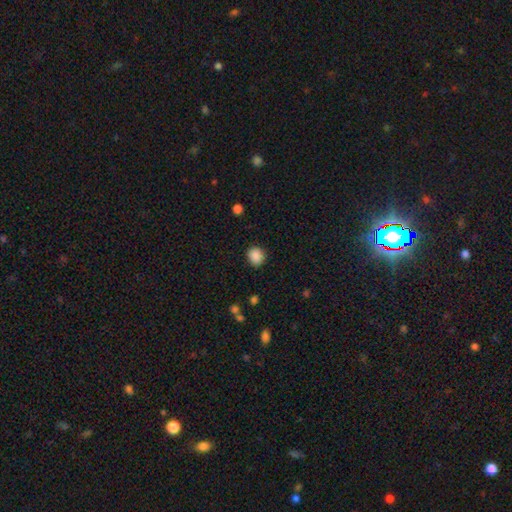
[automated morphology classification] Smooth or featured: smooth — 88% (star or artifact — 9%)
How rounded: round — 77% (in between — 22%)
Merging: none — 87% (minor disturbance — 9%)